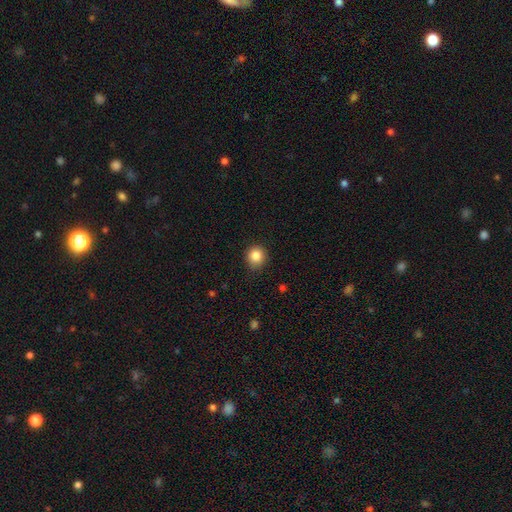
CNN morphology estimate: type=smooth (86%); roundness=round (88%); merging=none (87%).